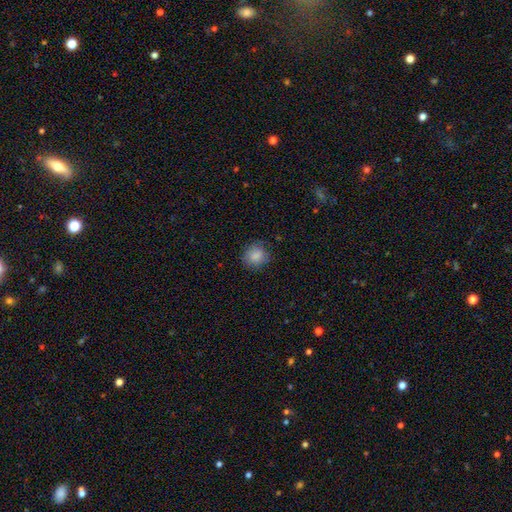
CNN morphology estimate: Q: Smooth or featured?
A: smooth (86%); runner-up: star or artifact (8%)
Q: How rounded?
A: round (81%); runner-up: in between (18%)
Q: Merging?
A: none (81%); runner-up: minor disturbance (15%)